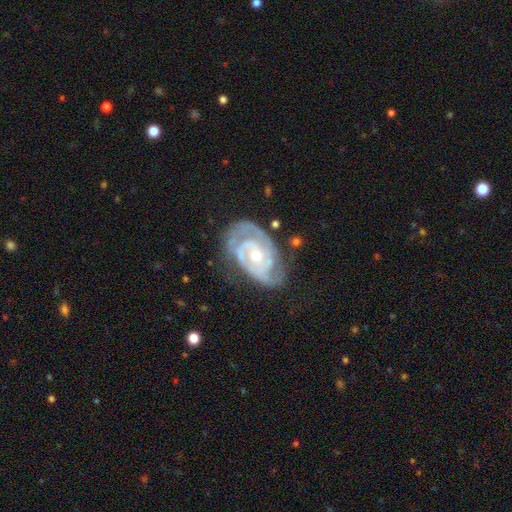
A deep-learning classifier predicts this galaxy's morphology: type=featured or disk (90%); edge-on=no (97%); bar=no (64%); spiral arms=yes (97%); winding=tight (70%); arm count=2 (56%); bulge=moderate (52%); merging=none (67%).